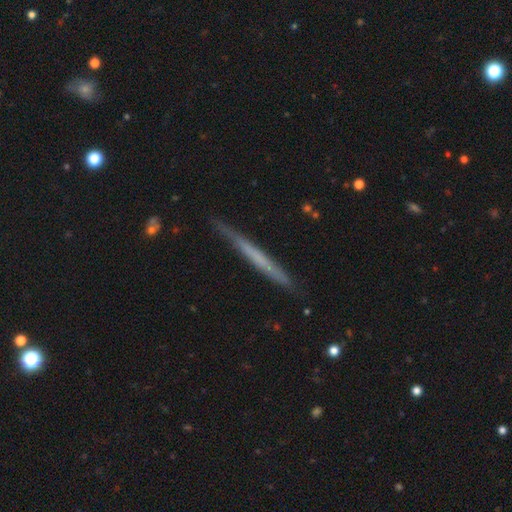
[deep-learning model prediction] Smooth or featured? featured or disk (49%)
Merging? none (84%)